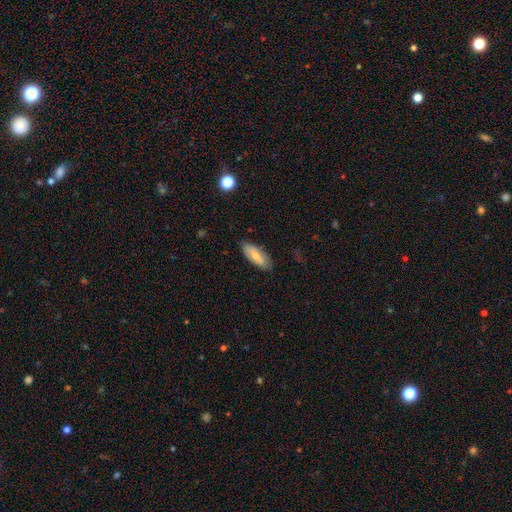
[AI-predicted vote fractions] Smooth or featured?
  - smooth: 63% *
  - featured or disk: 30%
  - star or artifact: 6%
How rounded?
  - in between: 79% *
  - cigar-shaped: 19%
  - round: 2%
Merging?
  - none: 76% *
  - minor disturbance: 19%
  - major disturbance: 4%
  - merger: 1%